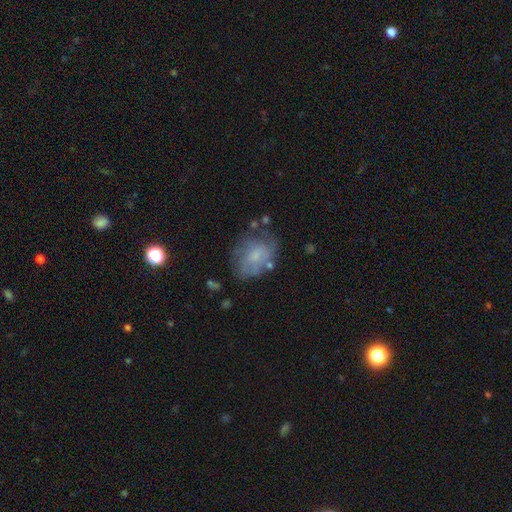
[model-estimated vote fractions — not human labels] smooth 48%, featured or disk 42%, star or artifact 10%. Down the decision tree: merging — none (52%).